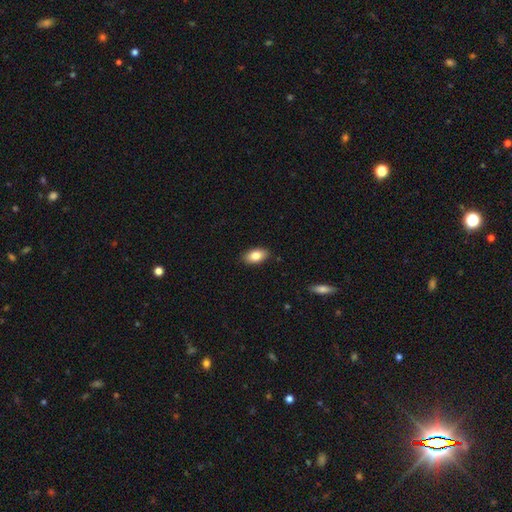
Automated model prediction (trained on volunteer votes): This is clearly a smooth galaxy (82%). How rounded: clearly in between (92%). Merging: clearly none (88%).